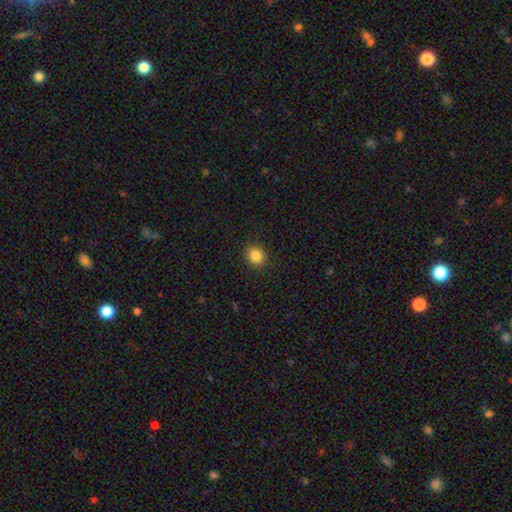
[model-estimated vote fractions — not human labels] Overall: smooth (85%). How rounded: round (83%). Merging: none (90%).